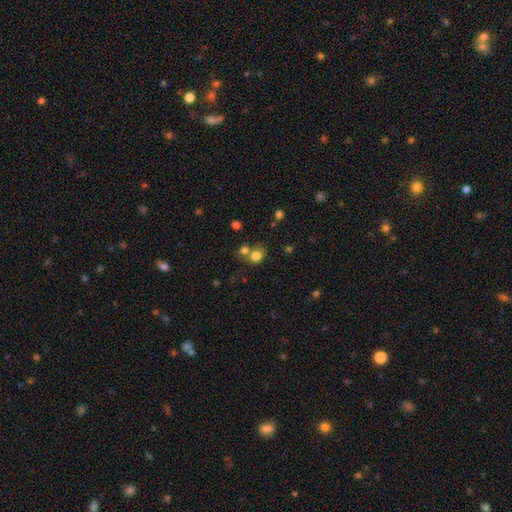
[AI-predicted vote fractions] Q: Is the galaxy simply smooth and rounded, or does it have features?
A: smooth — 79%.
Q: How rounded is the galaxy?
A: round — 63%.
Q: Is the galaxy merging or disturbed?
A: none — 46%.